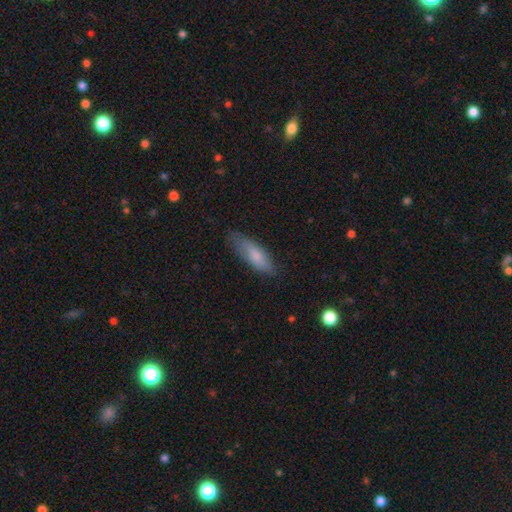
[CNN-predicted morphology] This appears to be a smooth galaxy with no disk features (76%) that is in between round and cigar-shaped (55%). Merging: none (71%).